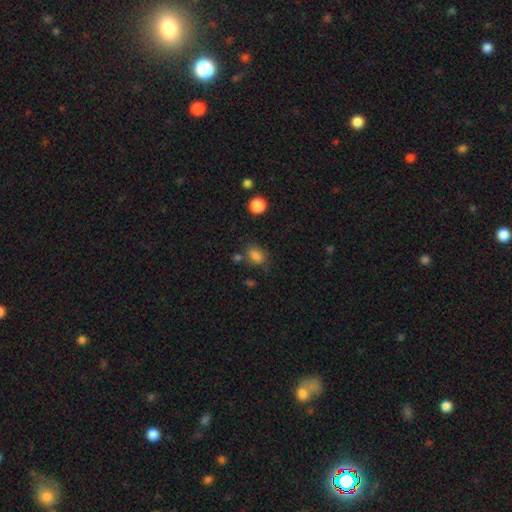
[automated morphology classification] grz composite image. It shows a smooth galaxy with no disk features (82%) that is in between round and cigar-shaped (75%). Merging: none (68%).